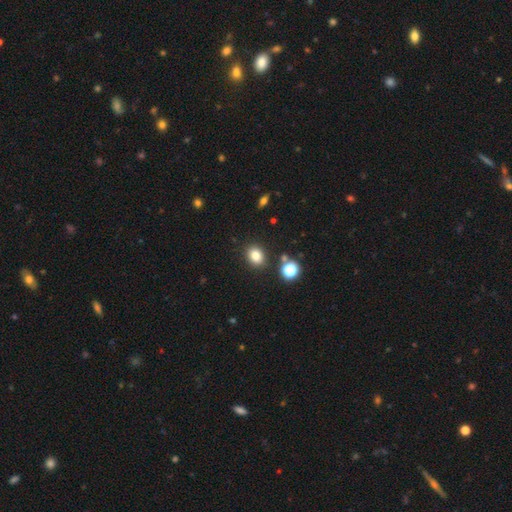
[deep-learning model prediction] Smooth or featured: smooth — 82% (star or artifact — 12%)
How rounded: round — 50% (in between — 49%)
Merging: none — 85% (minor disturbance — 8%)